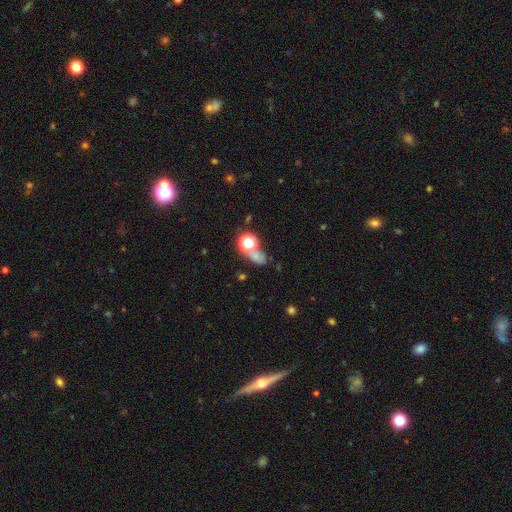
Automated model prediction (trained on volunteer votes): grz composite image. It shows a smooth galaxy with no disk features (50%) that is in between round and cigar-shaped (48%, tied with round). Merging: none (46%).